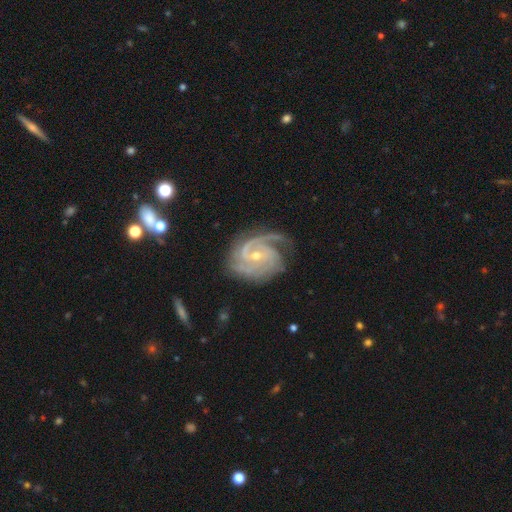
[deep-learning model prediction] Smooth or featured?
  - featured or disk: 92% *
  - star or artifact: 5%
  - smooth: 4%
Edge-on disk?
  - no: 98% *
  - yes: 2%
Bar?
  - no: 50% *
  - weak: 37%
  - strong: 13%
Spiral arms?
  - yes: 98% *
  - no: 2%
Spiral winding?
  - tight: 61% *
  - medium: 33%
  - loose: 5%
Spiral arm count?
  - 3: 41% *
  - 2: 23%
  - can't tell: 13%
  - 4: 11%
  - 1: 6%
  - more than 4: 6%
Bulge size?
  - small: 61% *
  - moderate: 37%
  - large: 1%
  - none: 1%
  - dominant: 1%
Merging?
  - none: 69% *
  - minor disturbance: 21%
  - major disturbance: 9%
  - merger: 2%